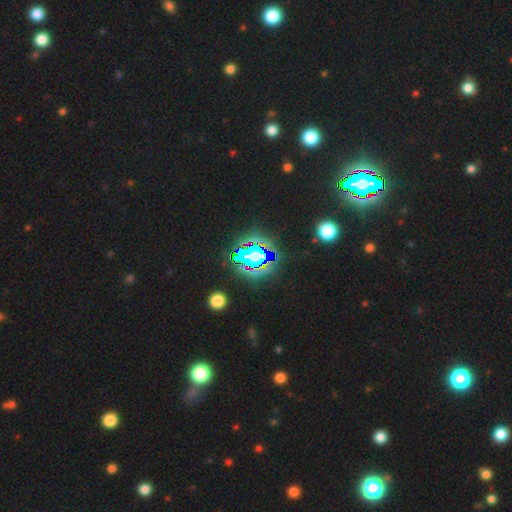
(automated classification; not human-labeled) Morphology: type=star or artifact (66%).